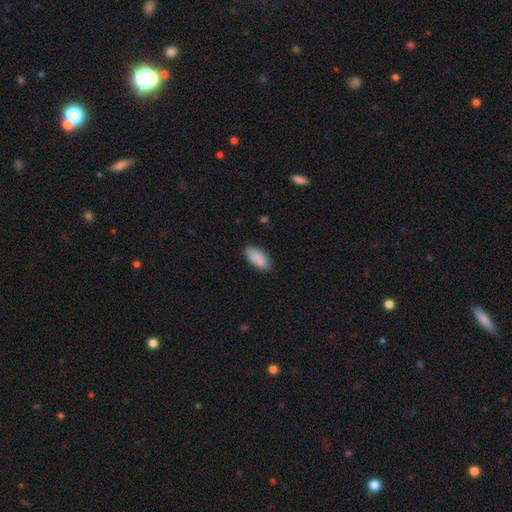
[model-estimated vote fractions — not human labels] Smooth or featured?
  - smooth: 86% *
  - featured or disk: 7%
  - star or artifact: 6%
How rounded?
  - in between: 90% *
  - cigar-shaped: 8%
  - round: 2%
Merging?
  - none: 79% *
  - minor disturbance: 15%
  - merger: 3%
  - major disturbance: 3%